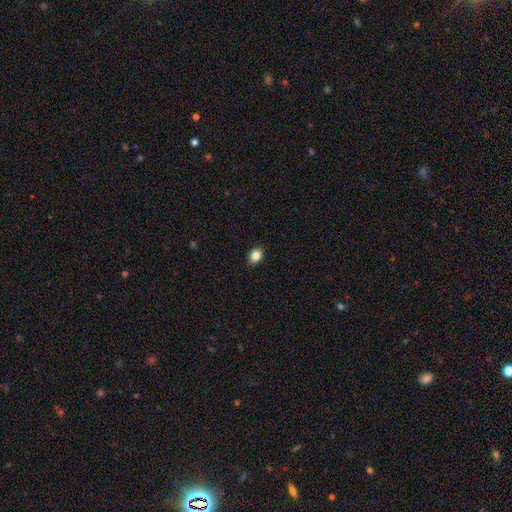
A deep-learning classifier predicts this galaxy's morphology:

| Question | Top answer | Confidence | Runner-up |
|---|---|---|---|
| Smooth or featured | smooth | 85% | star or artifact (10%) |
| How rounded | in between | 63% | round (36%) |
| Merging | none | 89% | minor disturbance (9%) |